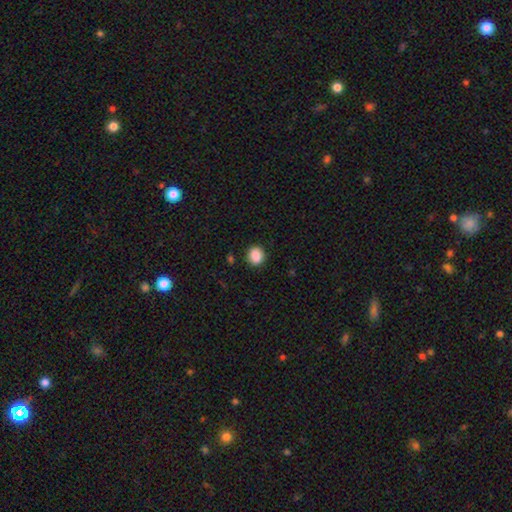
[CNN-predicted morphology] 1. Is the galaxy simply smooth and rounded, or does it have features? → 88% smooth, 9% star or artifact, 3% featured or disk.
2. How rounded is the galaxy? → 78% round, 21% in between, 1% cigar-shaped.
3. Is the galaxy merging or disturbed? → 88% none, 9% minor disturbance, 2% major disturbance, 1% merger.